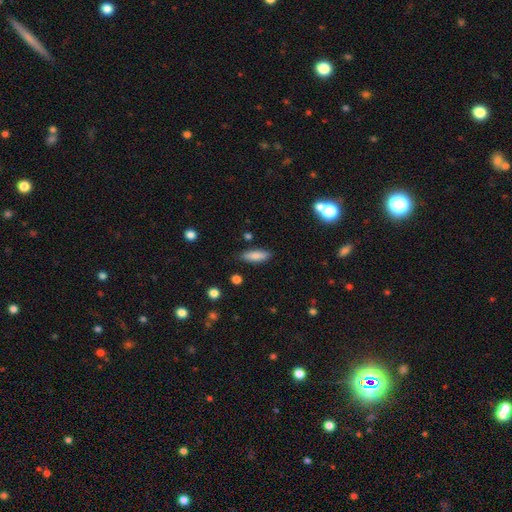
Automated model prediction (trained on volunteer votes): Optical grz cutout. It shows a smooth galaxy with no disk features (81%) that is in between round and cigar-shaped (51%). Merging: none (85%).